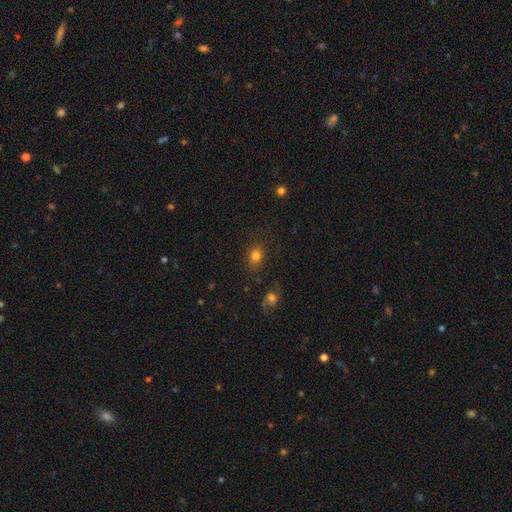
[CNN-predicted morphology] This appears to be a smooth galaxy with no disk features (80%) that is round (54%). Merging: none (79%).